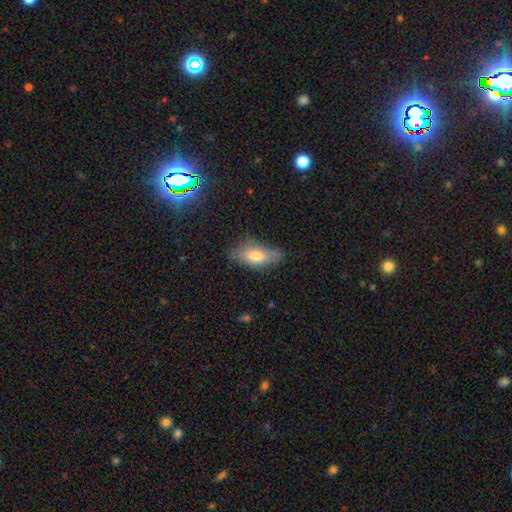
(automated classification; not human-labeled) Smooth or featured? Predicted: smooth (p=0.69). How rounded? Predicted: in between (p=0.84). Merging? Predicted: none (p=0.59).